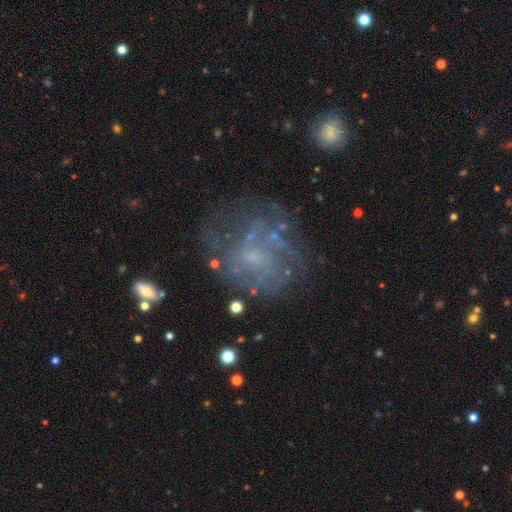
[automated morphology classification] Q: Smooth or featured?
A: featured or disk (65%); runner-up: smooth (20%)
Q: Edge-on disk?
A: no (98%); runner-up: yes (2%)
Q: Bar?
A: no (78%); runner-up: weak (19%)
Q: Spiral arms?
A: yes (55%); runner-up: no (45%)
Q: Bulge size?
A: small (47%); runner-up: none (32%)
Q: Merging?
A: none (61%); runner-up: minor disturbance (18%)